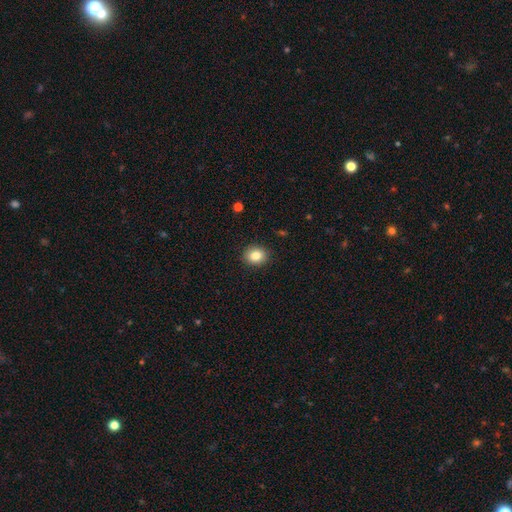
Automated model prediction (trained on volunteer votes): smooth_or_featured: smooth (p=0.84) [alt: star or artifact p=0.09]
how_rounded: round (p=0.64) [alt: in between p=0.35]
merging: none (p=0.90) [alt: minor disturbance p=0.07]